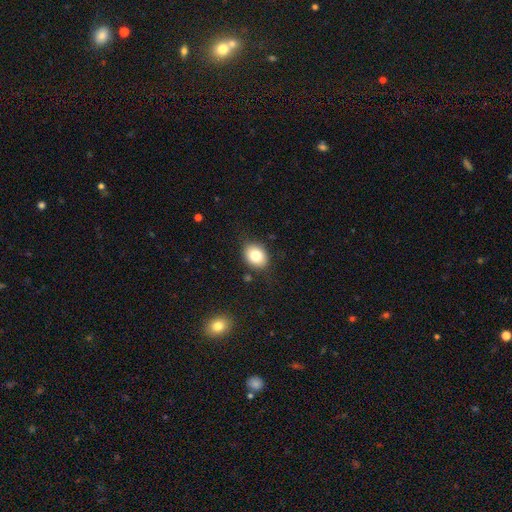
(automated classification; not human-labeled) A smooth galaxy with no disk features (81%) that is in between round and cigar-shaped (61%). Merging: none (84%).